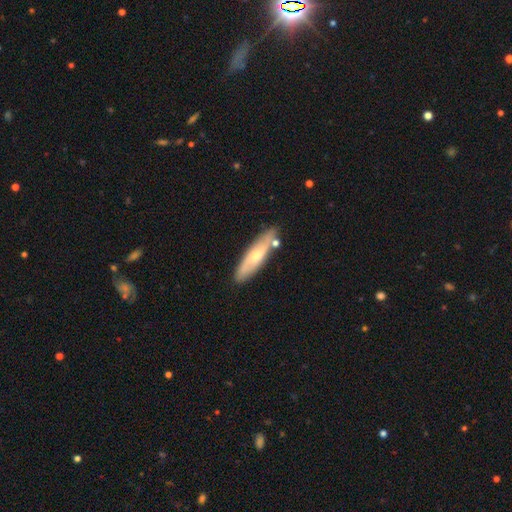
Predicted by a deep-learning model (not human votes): Smooth or featured?
  - featured or disk: 47% * (tied)
  - smooth: 47% * (tied)
  - star or artifact: 6%
Merging?
  - none: 78% *
  - minor disturbance: 13%
  - merger: 6%
  - major disturbance: 2%